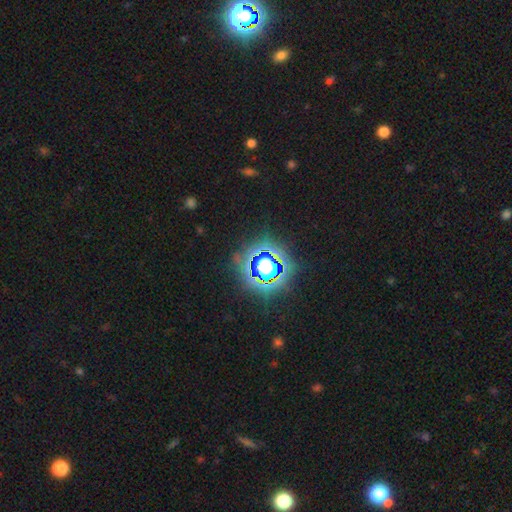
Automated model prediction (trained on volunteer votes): Smooth or featured? star or artifact (82%)